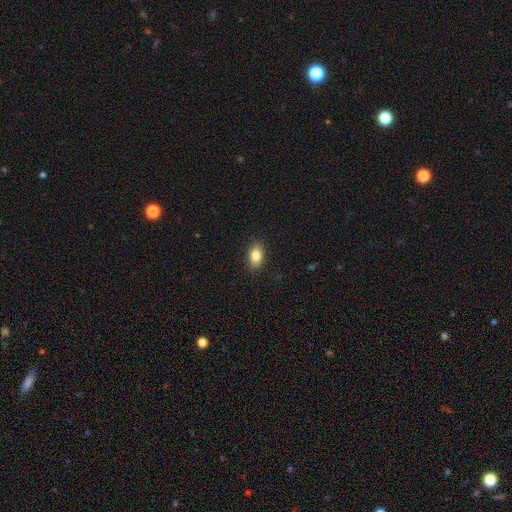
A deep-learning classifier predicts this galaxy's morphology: smooth-or-featured: smooth: 83% | featured or disk: 9% | star or artifact: 8%
  how-rounded: in between: 88% | round: 9% | cigar-shaped: 3%
  merging: none: 89% | minor disturbance: 8% | major disturbance: 2% | merger: 1%